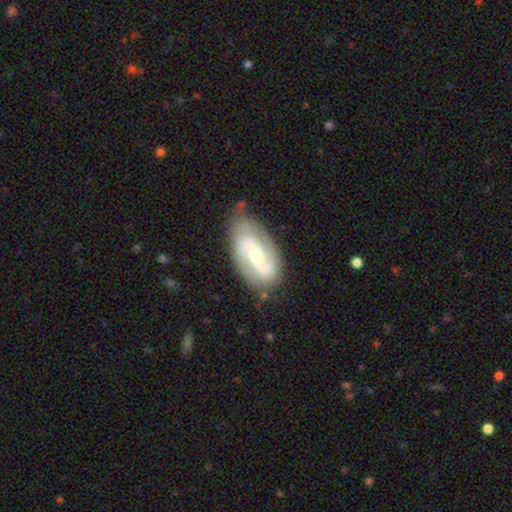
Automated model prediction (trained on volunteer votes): Smooth or featured? Predicted: featured or disk (p=0.86). Edge-on disk? Predicted: no (p=0.96). Bar? Predicted: no (p=0.42). Spiral arms? Predicted: yes (p=0.96). Spiral winding? Predicted: medium (p=0.51). Spiral arm count? Predicted: 2 (p=0.89). Bulge size? Predicted: small (p=0.49). Merging? Predicted: none (p=0.76).